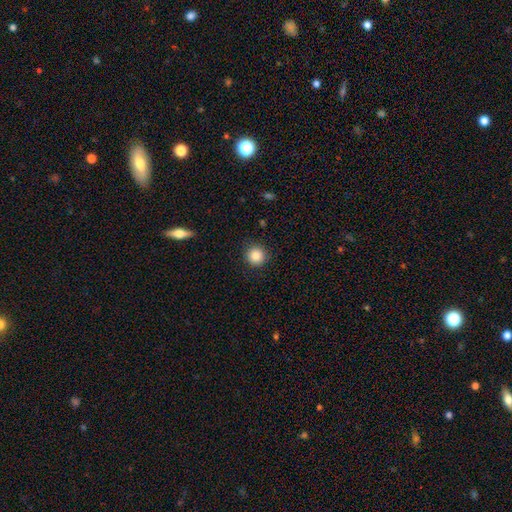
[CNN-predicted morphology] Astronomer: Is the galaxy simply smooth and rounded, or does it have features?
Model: smooth — 86%.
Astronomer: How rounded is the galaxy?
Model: round — 94%.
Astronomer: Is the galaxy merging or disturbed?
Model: none — 90%.